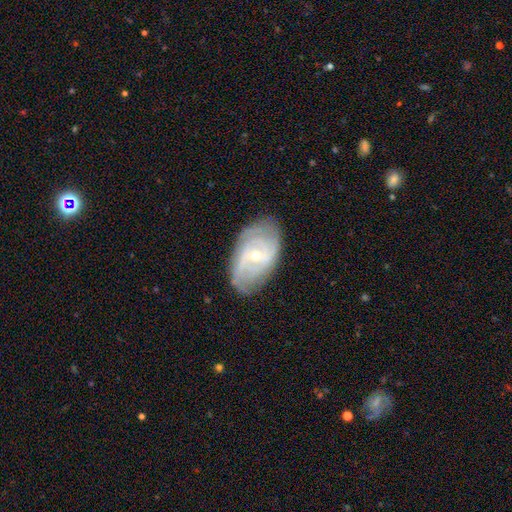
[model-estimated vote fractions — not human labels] Smooth or featured? featured or disk (82%)
Edge-on disk? no (95%)
Bar? weak (43%, tied with no)
Spiral arms? yes (92%)
Spiral winding? tight (55%)
Spiral arm count? 2 (34%)
Bulge size? small (65%)
Merging? none (76%)